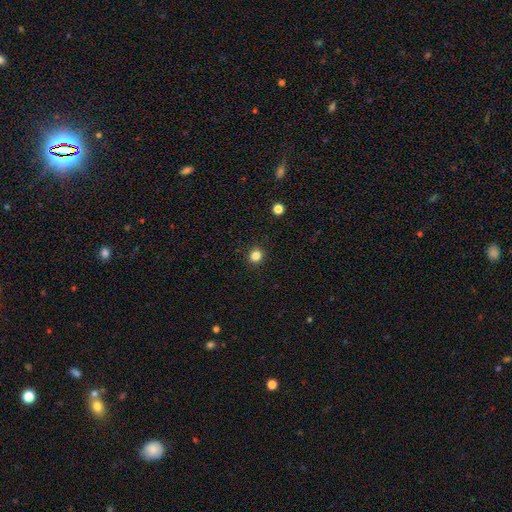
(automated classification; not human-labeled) smooth-or-featured: smooth: 83% | star or artifact: 12% | featured or disk: 4%
  how-rounded: round: 85% | in between: 14% | cigar-shaped: 1%
  merging: none: 92% | minor disturbance: 5% | major disturbance: 2% | merger: 1%